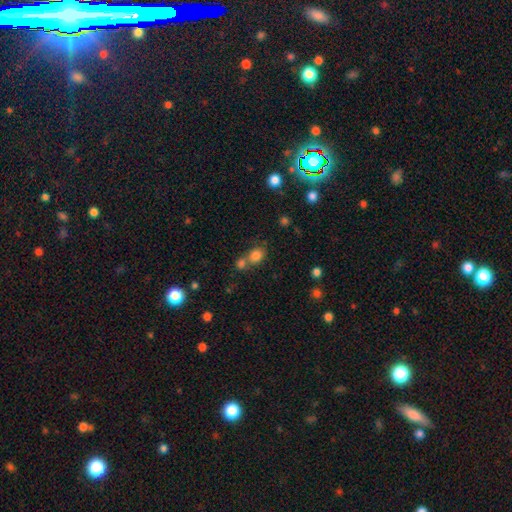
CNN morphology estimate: type=smooth (81%); roundness=round (56%); merging=none (44%).